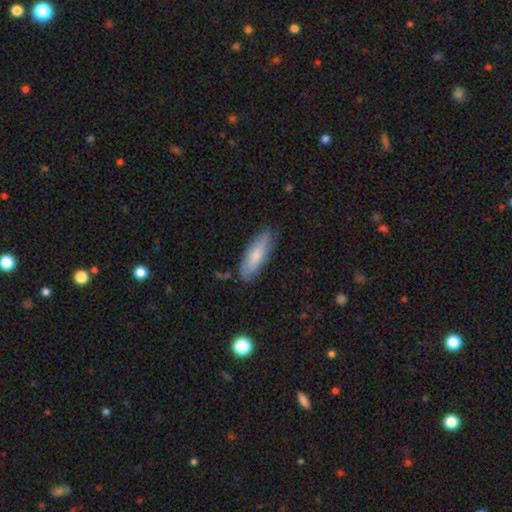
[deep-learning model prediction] Overall: smooth (76%). How rounded: cigar-shaped (50%; in between 48%). Merging: none (82%).